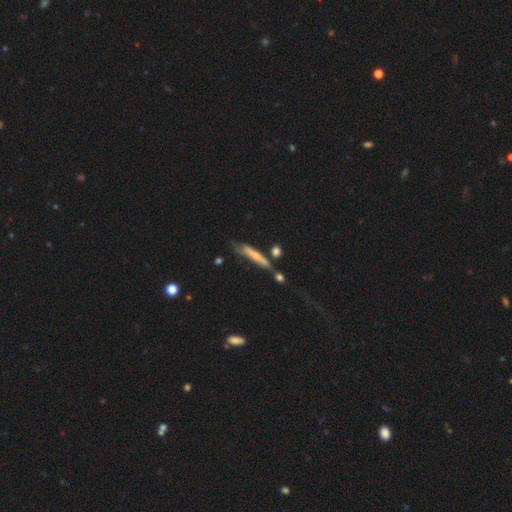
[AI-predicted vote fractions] Morphology: type=smooth (52%); roundness=cigar-shaped (85%); merging=none (47%).